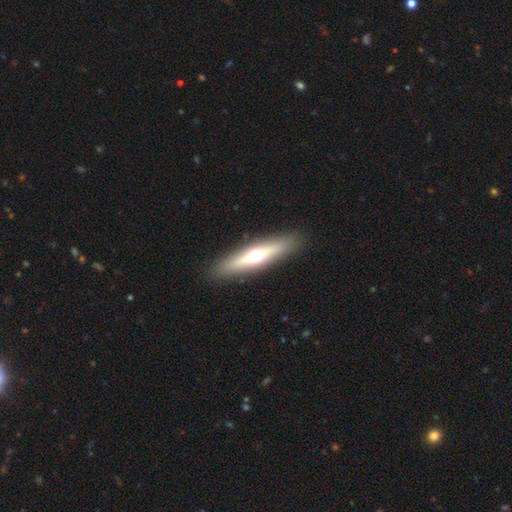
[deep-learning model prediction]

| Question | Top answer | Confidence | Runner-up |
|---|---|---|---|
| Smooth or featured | featured or disk | 52% | smooth (41%) |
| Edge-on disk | yes | 87% | no (13%) |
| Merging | none | 90% | minor disturbance (7%) |